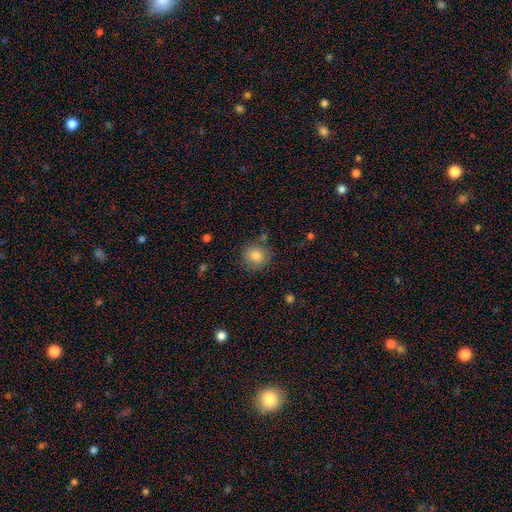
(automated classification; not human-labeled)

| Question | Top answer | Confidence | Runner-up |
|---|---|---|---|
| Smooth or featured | smooth | 84% | star or artifact (9%) |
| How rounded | round | 86% | in between (13%) |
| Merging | none | 80% | minor disturbance (13%) |